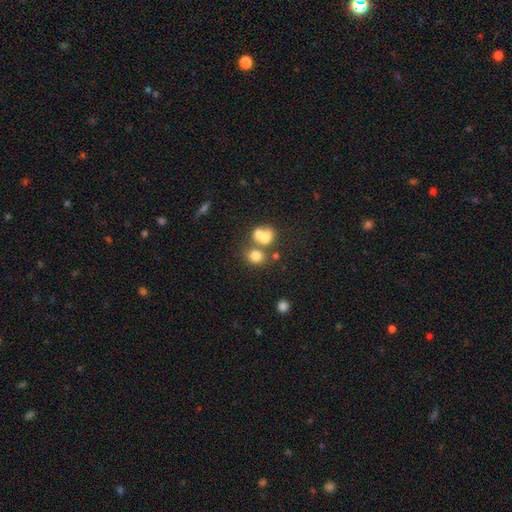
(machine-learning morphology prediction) A smooth galaxy with no disk features (75%) that is round (68%).

Vote fractions:
- Smooth or featured? smooth: 75% / star or artifact: 13% / featured or disk: 12%
- How rounded? round: 68% / in between: 31% / cigar-shaped: 1%
- Merging? none: 47% / merger: 39% / minor disturbance: 9% / major disturbance: 5%